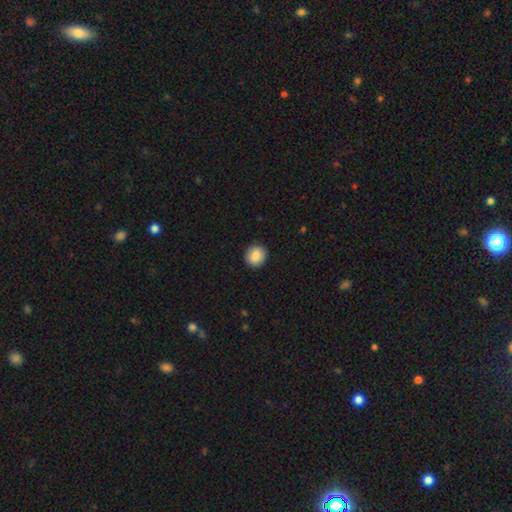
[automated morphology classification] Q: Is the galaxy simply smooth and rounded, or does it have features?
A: smooth — 87%.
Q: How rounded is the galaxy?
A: round — 85%.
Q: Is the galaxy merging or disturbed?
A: none — 91%.